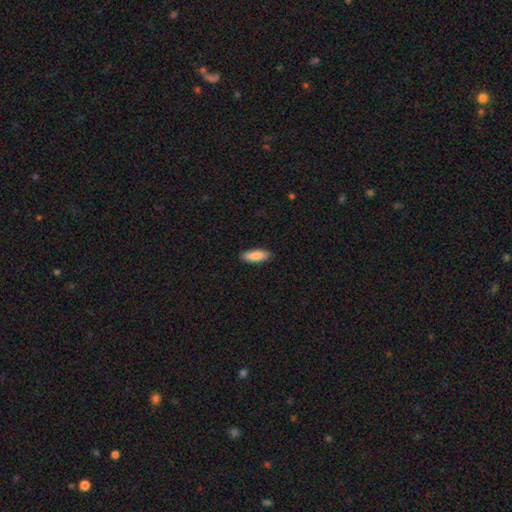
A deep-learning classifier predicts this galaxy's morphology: Smooth or featured: smooth — 88% (featured or disk — 7%)
How rounded: in between — 57% (cigar-shaped — 41%)
Merging: none — 88% (minor disturbance — 9%)